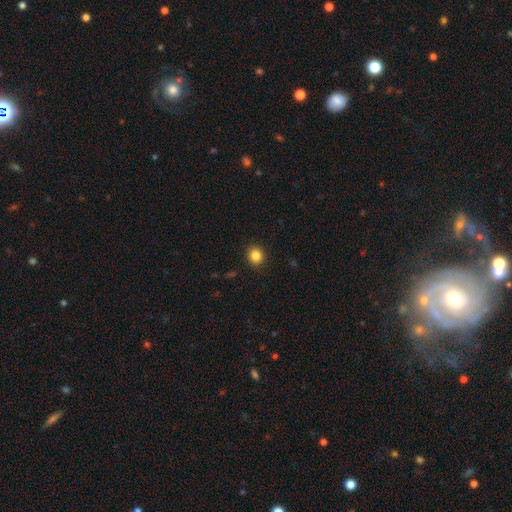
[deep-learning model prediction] Smooth or featured? smooth (84%)
How rounded? round (83%)
Merging? none (91%)